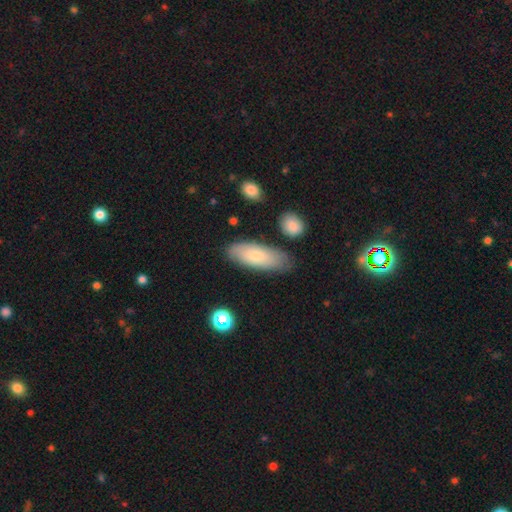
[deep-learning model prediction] smooth-or-featured: smooth: 73% | featured or disk: 21% | star or artifact: 6%
  how-rounded: in between: 73% | cigar-shaped: 25% | round: 2%
  merging: none: 78% | minor disturbance: 16% | merger: 3% | major disturbance: 3%